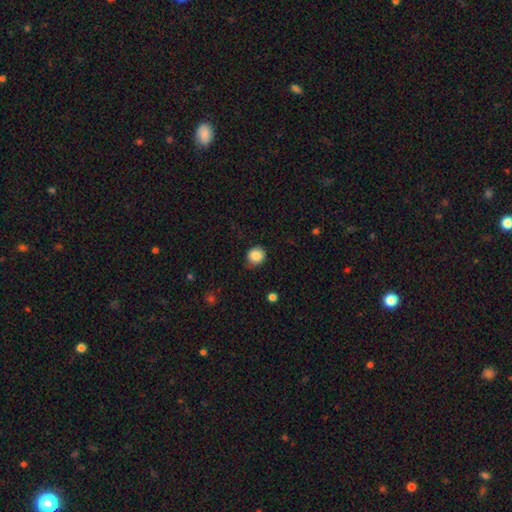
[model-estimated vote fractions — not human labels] Q: Smooth or featured?
A: smooth (86%); runner-up: star or artifact (9%)
Q: How rounded?
A: round (84%); runner-up: in between (15%)
Q: Merging?
A: none (78%); runner-up: minor disturbance (17%)